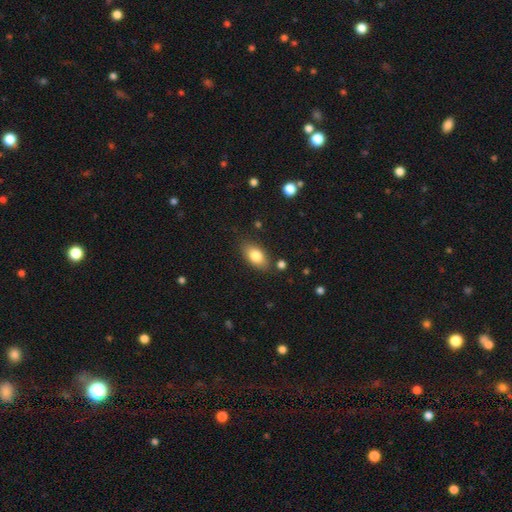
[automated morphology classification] smooth 81%, featured or disk 12%, star or artifact 7%. Down the decision tree: how rounded — in between (89%); merging — none (82%).